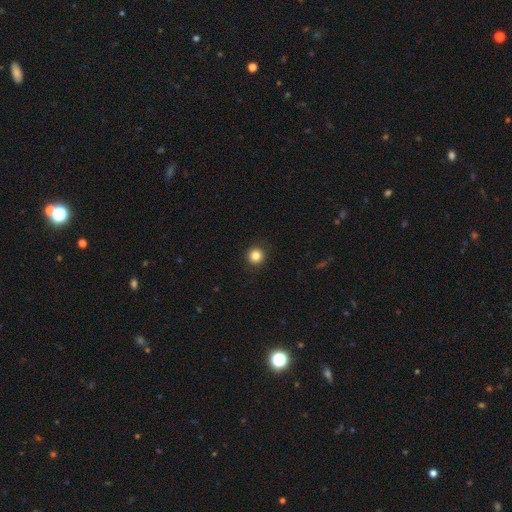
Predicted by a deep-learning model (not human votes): Smooth or featured: smooth — 84% (star or artifact — 11%)
How rounded: round — 95% (in between — 4%)
Merging: none — 92% (minor disturbance — 5%)